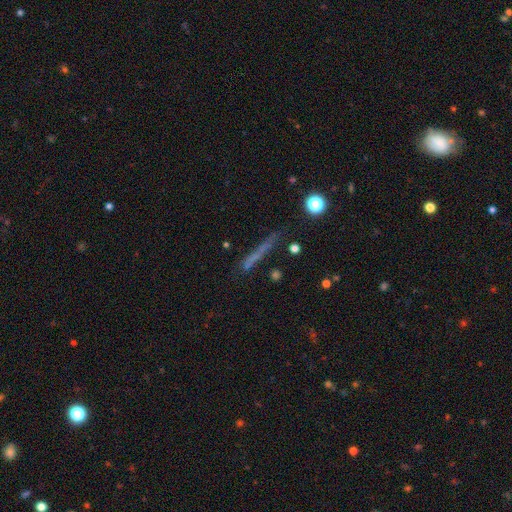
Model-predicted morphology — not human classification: Smooth or featured? Predicted: smooth (p=0.52). How rounded? Predicted: cigar-shaped (p=0.89). Merging? Predicted: none (p=0.76).